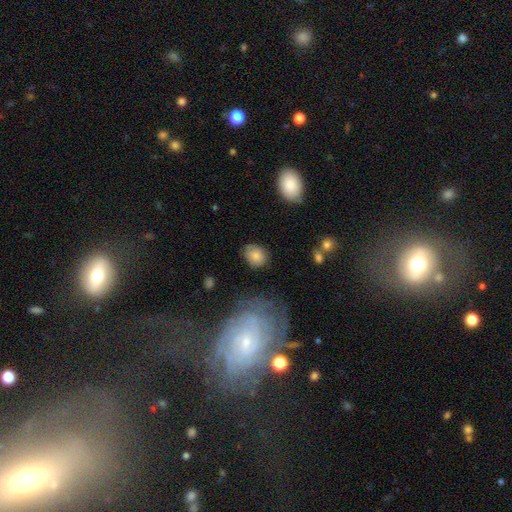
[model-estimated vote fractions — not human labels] Overall: smooth (82%). How rounded: round (61%; in between 38%). Merging: none (78%).